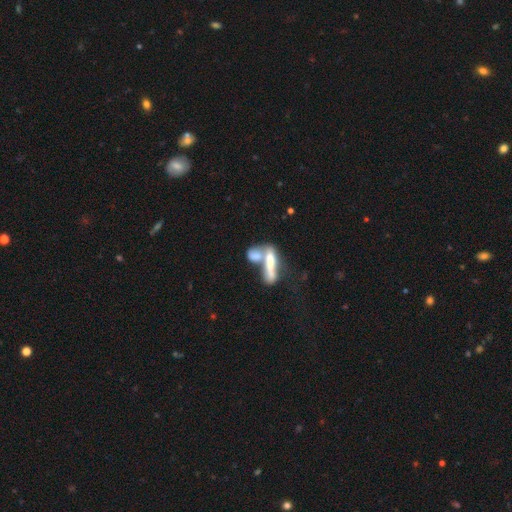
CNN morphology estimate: smooth 59%, featured or disk 32%, star or artifact 9%. Down the decision tree: how rounded — cigar-shaped (47%); merging — merger (65%).